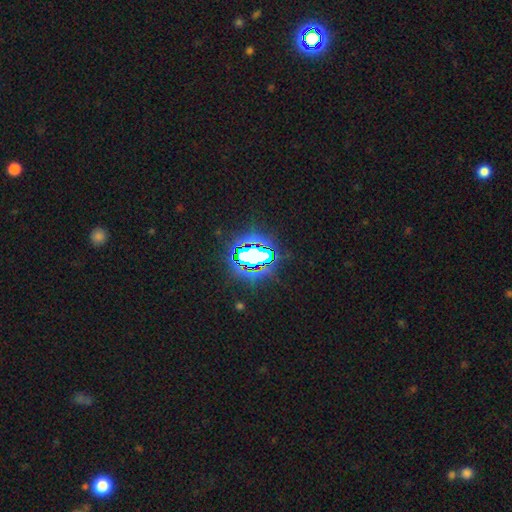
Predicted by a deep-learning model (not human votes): Morphology: type=star or artifact (71%).